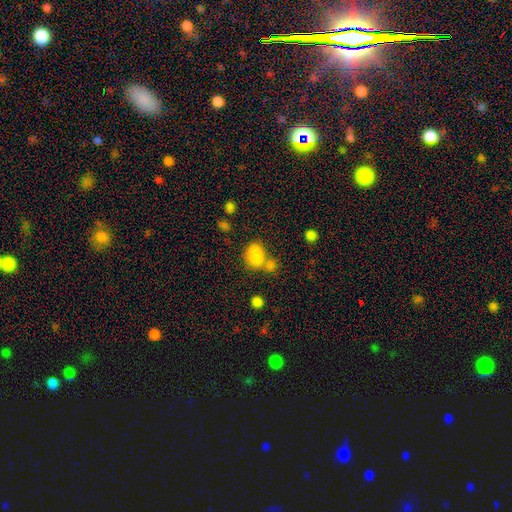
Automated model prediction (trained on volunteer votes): Overall: smooth (78%). How rounded: in between (75%). Merging: merger (40%; none 37%).